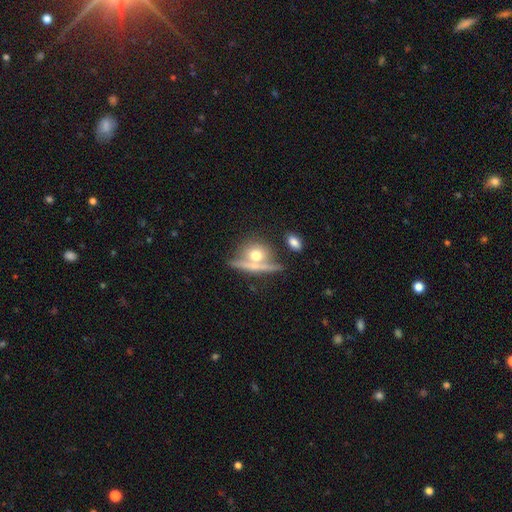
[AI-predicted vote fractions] Smooth or featured: smooth — 60% (featured or disk — 30%)
How rounded: round — 65% (in between — 25%)
Merging: none — 48% (merger — 32%)